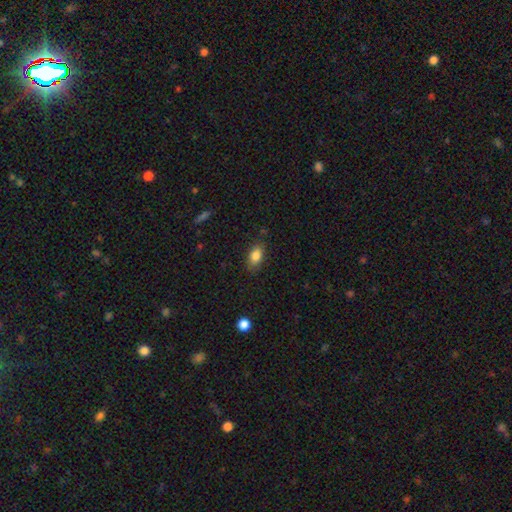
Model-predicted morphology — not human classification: Smooth or featured? smooth (84%)
How rounded? in between (87%)
Merging? none (82%)